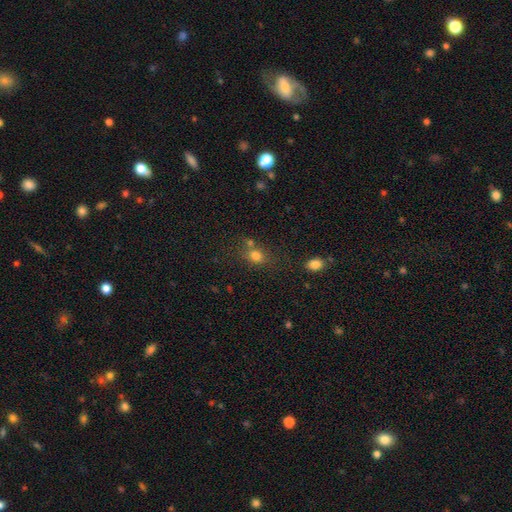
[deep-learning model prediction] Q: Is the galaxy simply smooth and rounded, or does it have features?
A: smooth — 76%.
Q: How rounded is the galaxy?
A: round — 52%.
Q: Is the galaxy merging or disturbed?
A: none — 59%.